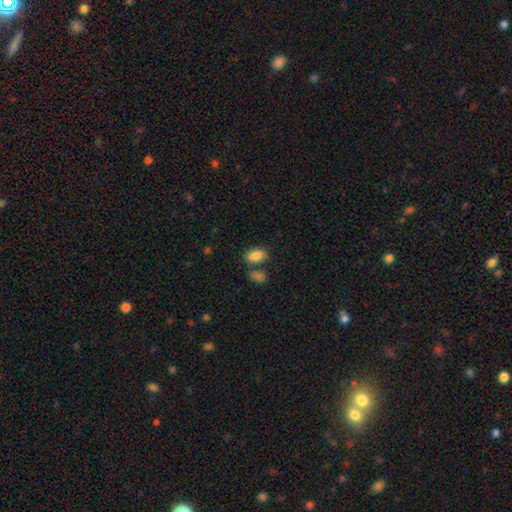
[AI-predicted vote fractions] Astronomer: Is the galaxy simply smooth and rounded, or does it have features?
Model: smooth — 86%.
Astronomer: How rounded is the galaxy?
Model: in between — 90%.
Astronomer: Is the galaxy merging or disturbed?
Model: none — 65%.